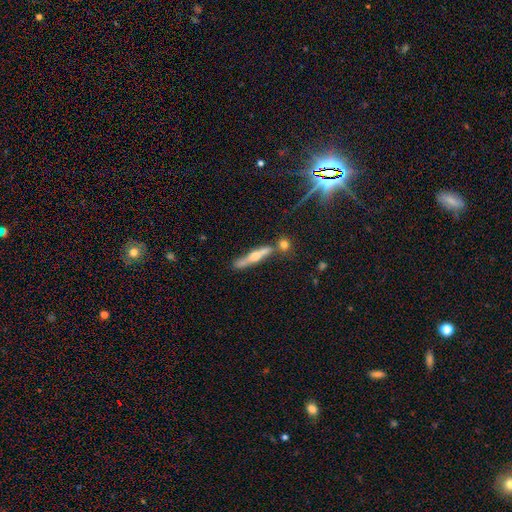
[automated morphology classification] This appears to be a featured or disk galaxy (63%) viewed edge-on (93%) with a rounded central bulge (88%). Merging: none (70%).